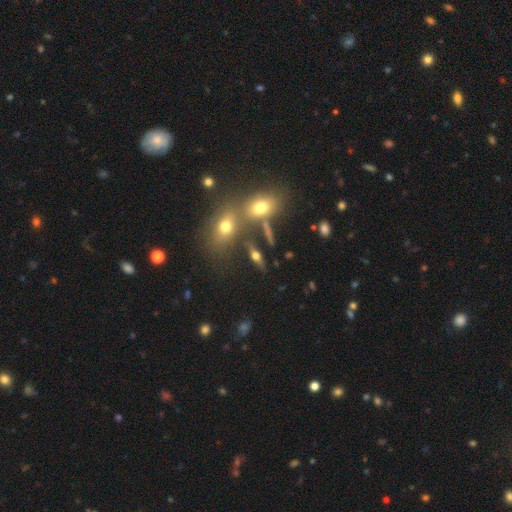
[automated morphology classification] This is marginally a smooth galaxy (43%). Merging: likely none (67%).